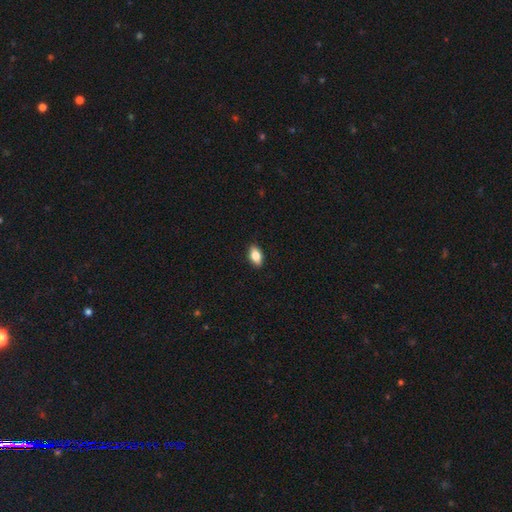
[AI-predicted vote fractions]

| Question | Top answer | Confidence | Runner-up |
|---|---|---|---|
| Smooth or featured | smooth | 81% | featured or disk (12%) |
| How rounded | in between | 89% | round (6%) |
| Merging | none | 89% | minor disturbance (8%) |